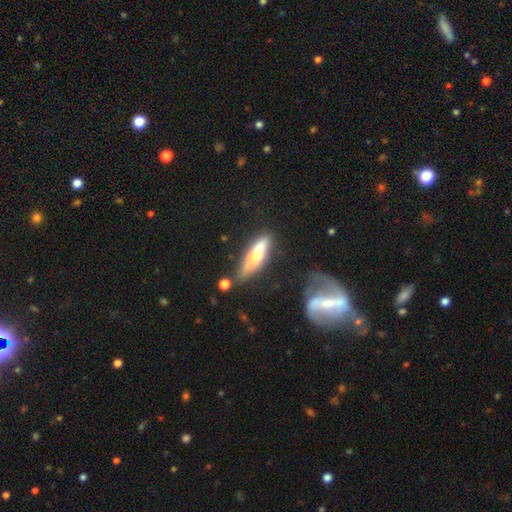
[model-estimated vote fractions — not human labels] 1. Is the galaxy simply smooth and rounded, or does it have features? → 48% featured or disk, 46% smooth, 6% star or artifact.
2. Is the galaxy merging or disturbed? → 62% none, 21% minor disturbance, 9% merger, 8% major disturbance.